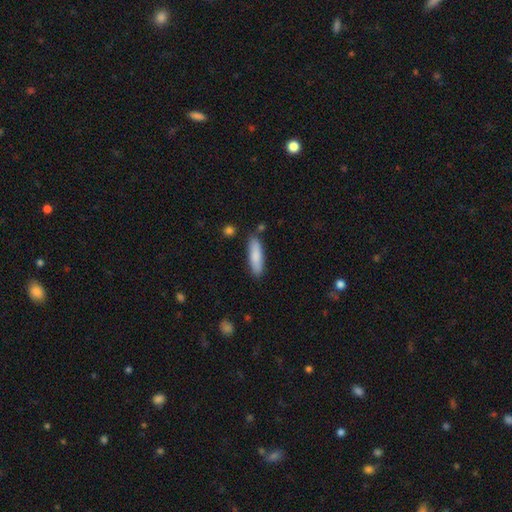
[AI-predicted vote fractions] Smooth or featured? Predicted: smooth (p=0.83). How rounded? Predicted: cigar-shaped (p=0.62). Merging? Predicted: none (p=0.83).